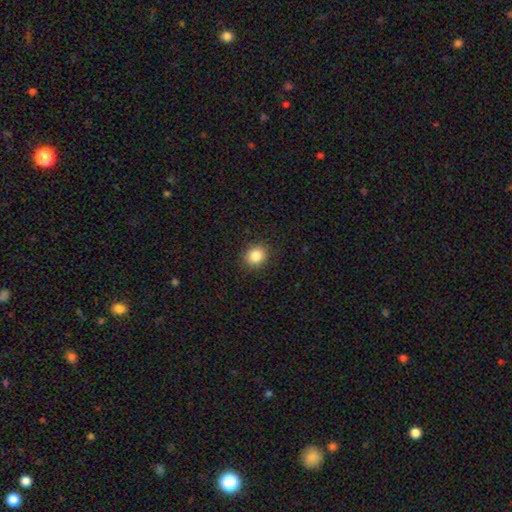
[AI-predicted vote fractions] smooth-or-featured: smooth: 86% | star or artifact: 10% | featured or disk: 5%
  how-rounded: round: 77% | in between: 22% | cigar-shaped: 1%
  merging: none: 90% | minor disturbance: 7% | major disturbance: 2% | merger: 1%